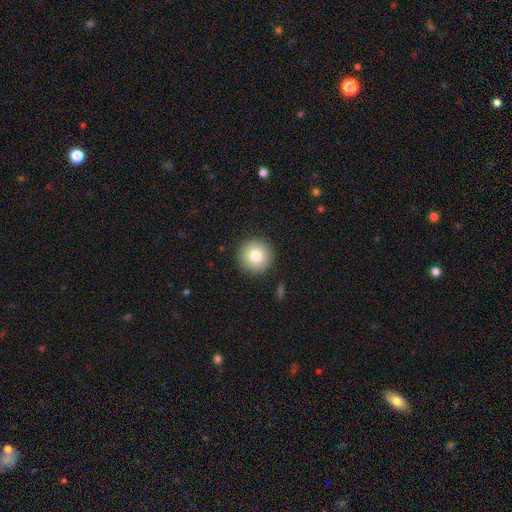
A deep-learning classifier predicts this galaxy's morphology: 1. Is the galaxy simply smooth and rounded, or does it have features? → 81% smooth, 9% star or artifact, 9% featured or disk.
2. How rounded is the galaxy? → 95% round, 4% in between, 1% cigar-shaped.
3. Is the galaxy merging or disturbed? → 91% none, 6% minor disturbance, 2% major disturbance, 1% merger.